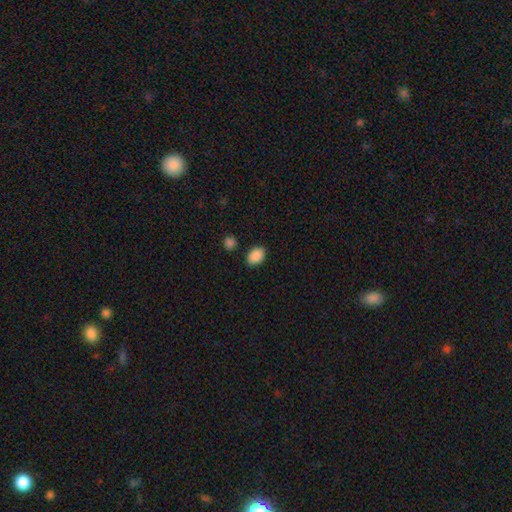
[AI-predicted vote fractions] smooth-or-featured: smooth: 89% | star or artifact: 8% | featured or disk: 3%
  how-rounded: in between: 81% | round: 18% | cigar-shaped: 1%
  merging: none: 86% | minor disturbance: 9% | merger: 3% | major disturbance: 2%